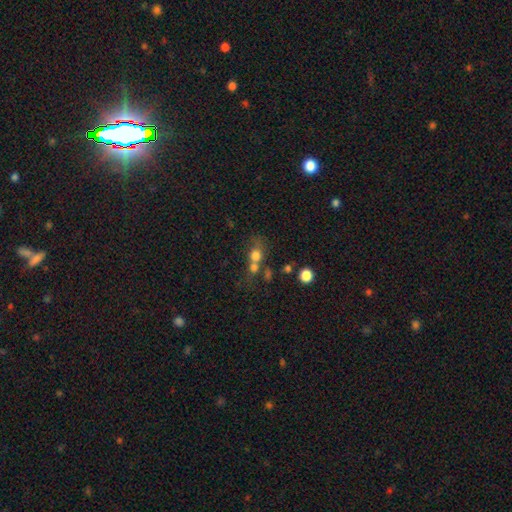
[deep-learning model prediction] Smooth or featured?
  - smooth: 70% *
  - star or artifact: 15%
  - featured or disk: 14%
How rounded?
  - round: 74% *
  - in between: 24%
  - cigar-shaped: 2%
Merging?
  - merger: 53% *
  - none: 30%
  - minor disturbance: 9%
  - major disturbance: 8%